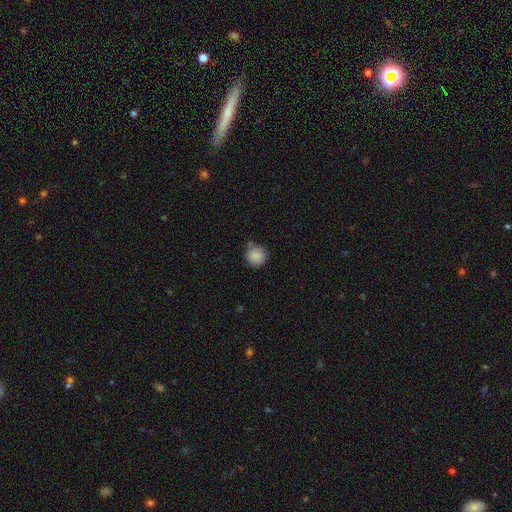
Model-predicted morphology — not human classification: smooth 86%, star or artifact 8%, featured or disk 5%. Down the decision tree: how rounded — round (91%); merging — none (72%).